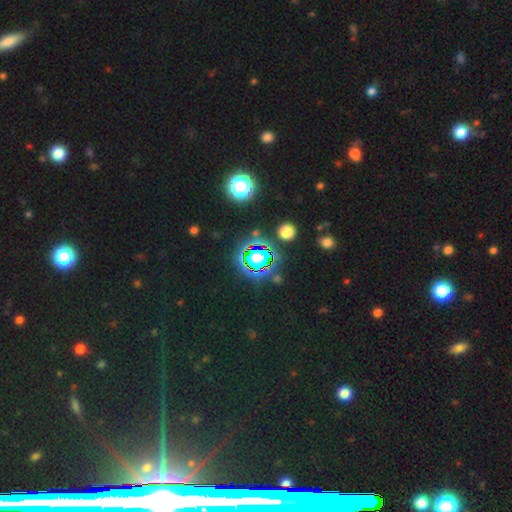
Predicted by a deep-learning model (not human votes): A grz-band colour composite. It shows a star or artifact, not a galaxy (68%).